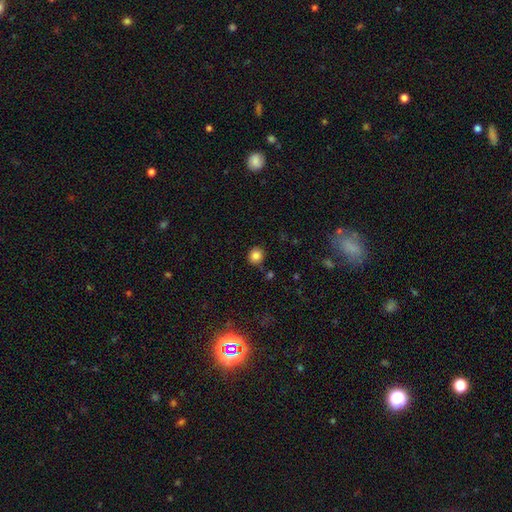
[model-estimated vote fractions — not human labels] Smooth or featured? Predicted: smooth (p=0.83). How rounded? Predicted: round (p=0.87). Merging? Predicted: none (p=0.85).